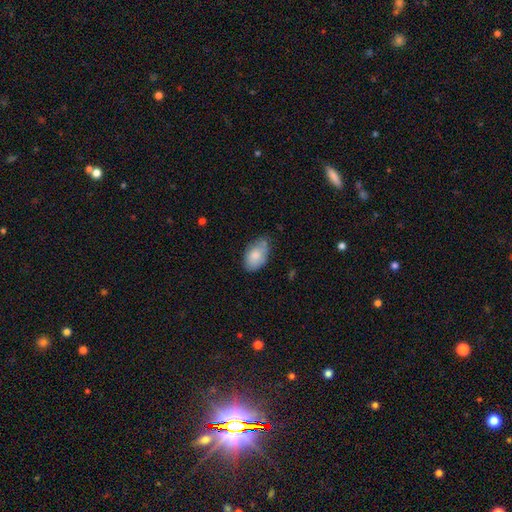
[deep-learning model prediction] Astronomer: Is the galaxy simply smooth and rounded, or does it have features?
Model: smooth — 79%.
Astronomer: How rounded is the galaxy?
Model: in between — 93%.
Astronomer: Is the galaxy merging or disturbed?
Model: none — 60%.